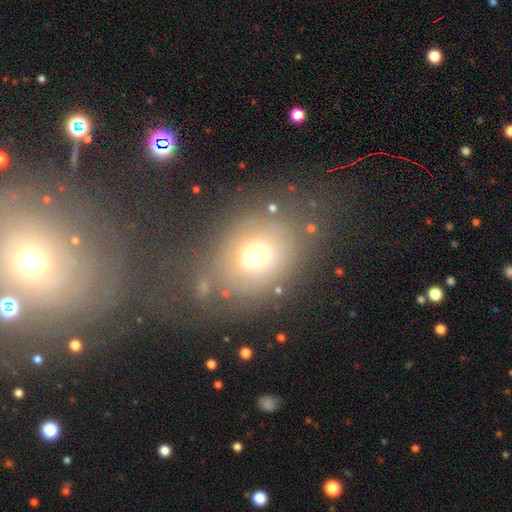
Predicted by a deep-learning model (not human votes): A smooth galaxy with no disk features (48%). Merging: none (57%).